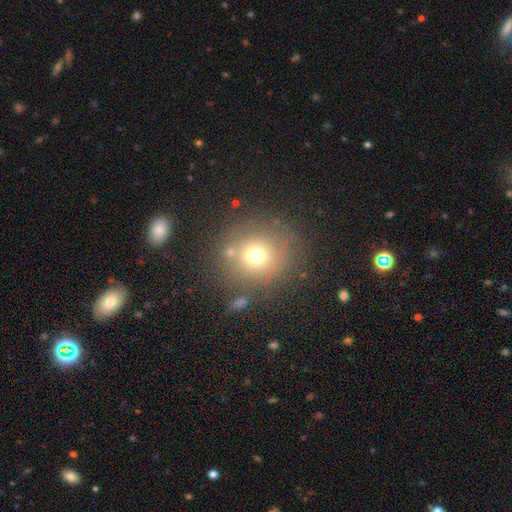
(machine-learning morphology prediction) Smooth or featured?
  - smooth: 68% *
  - star or artifact: 18%
  - featured or disk: 13%
How rounded?
  - round: 89% *
  - in between: 10%
  - cigar-shaped: 1%
Merging?
  - none: 77% *
  - minor disturbance: 11%
  - merger: 6%
  - major disturbance: 6%